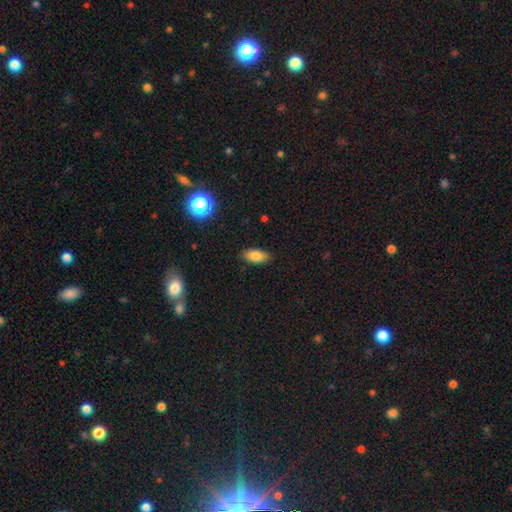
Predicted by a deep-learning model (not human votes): A smooth galaxy with no disk features (82%) that is in between round and cigar-shaped (88%).

Vote fractions:
- Smooth or featured? smooth: 82% / featured or disk: 9% / star or artifact: 9%
- How rounded? in between: 88% / cigar-shaped: 8% / round: 4%
- Merging? none: 87% / minor disturbance: 10% / major disturbance: 2% / merger: 1%